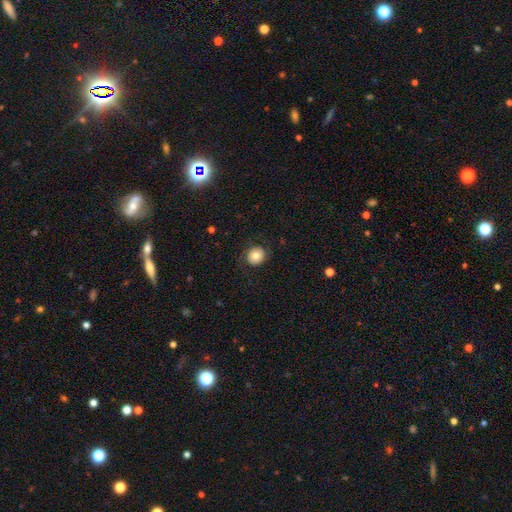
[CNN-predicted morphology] Q: Smooth or featured?
A: smooth (73%); runner-up: featured or disk (18%)
Q: How rounded?
A: round (84%); runner-up: in between (15%)
Q: Merging?
A: none (82%); runner-up: minor disturbance (11%)